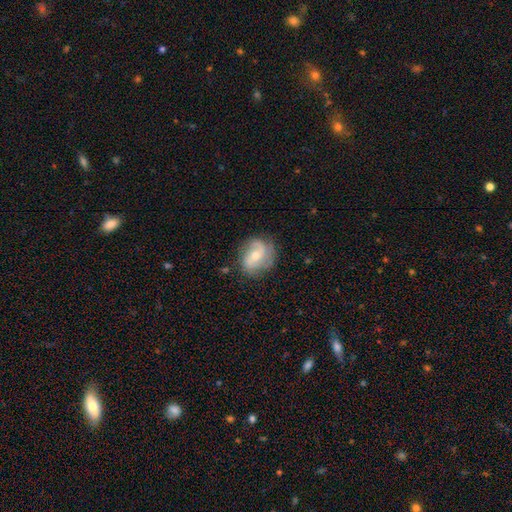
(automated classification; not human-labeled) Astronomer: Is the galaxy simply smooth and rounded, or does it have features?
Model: featured or disk — 73%.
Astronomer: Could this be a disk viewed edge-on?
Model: no — 97%.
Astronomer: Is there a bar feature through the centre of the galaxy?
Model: no — 51% (runner-up: weak, 38%).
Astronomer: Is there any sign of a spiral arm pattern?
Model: yes — 92%.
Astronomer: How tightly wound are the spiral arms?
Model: medium — 44% (runner-up: loose, 30%).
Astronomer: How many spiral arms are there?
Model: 2 — 67%.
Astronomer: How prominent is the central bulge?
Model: moderate — 57% (runner-up: small, 39%).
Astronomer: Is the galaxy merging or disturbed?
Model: none — 71%.